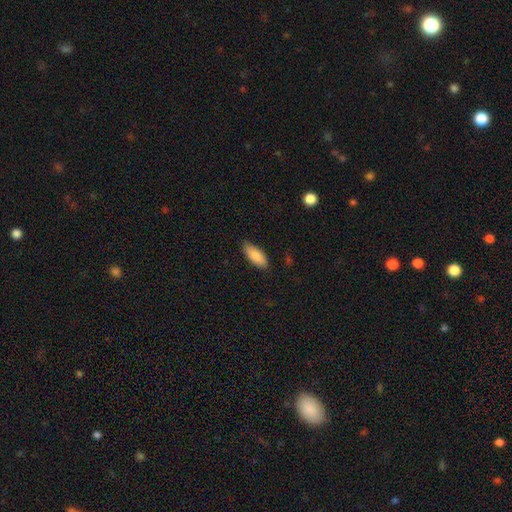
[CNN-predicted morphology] Smooth or featured: smooth — 89% (star or artifact — 6%)
How rounded: in between — 80% (cigar-shaped — 19%)
Merging: none — 85% (minor disturbance — 11%)